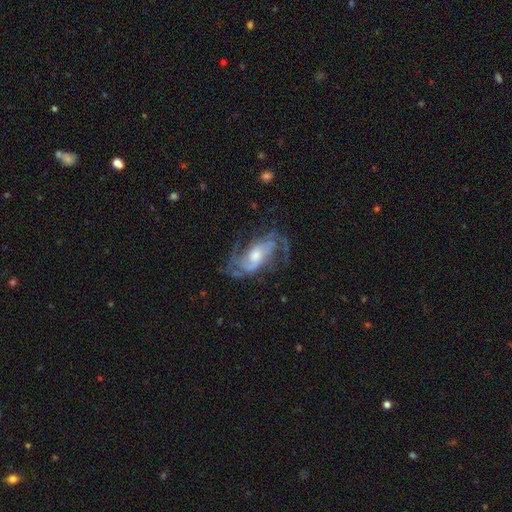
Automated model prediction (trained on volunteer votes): smooth_or_featured: featured or disk (p=0.86) [alt: smooth p=0.08]
disk_edge_on: no (p=0.95) [alt: yes p=0.05]
bar: no (p=0.48) [alt: weak p=0.38]
has_spiral_arms: yes (p=0.95) [alt: no p=0.05]
spiral_winding: medium (p=0.49) [alt: loose p=0.26]
spiral_arm_count: 2 (p=0.55) [alt: 3 p=0.16]
bulge_size: moderate (p=0.56) [alt: small p=0.24]
merging: none (p=0.62) [alt: minor disturbance p=0.18]